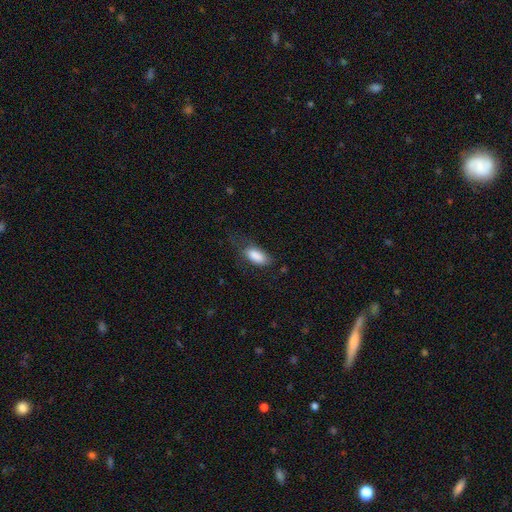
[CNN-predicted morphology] A smooth galaxy with no disk features (86%) that is in between round and cigar-shaped (90%).

Vote fractions:
- Smooth or featured? smooth: 86% / featured or disk: 8% / star or artifact: 6%
- How rounded? in between: 90% / cigar-shaped: 7% / round: 3%
- Merging? none: 50% / minor disturbance: 29% / major disturbance: 19% / merger: 2%